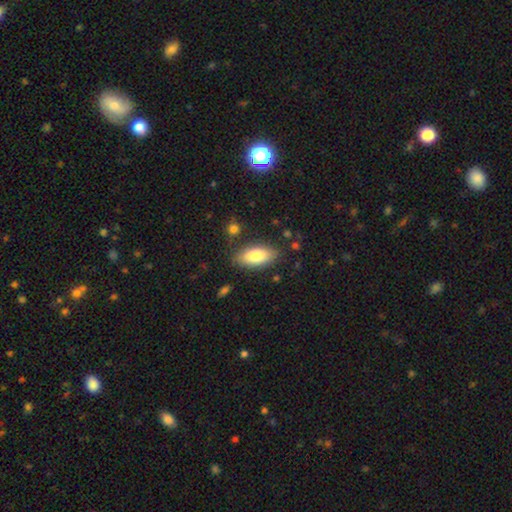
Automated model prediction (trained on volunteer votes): Overall: smooth (82%). How rounded: in between (87%). Merging: none (83%).